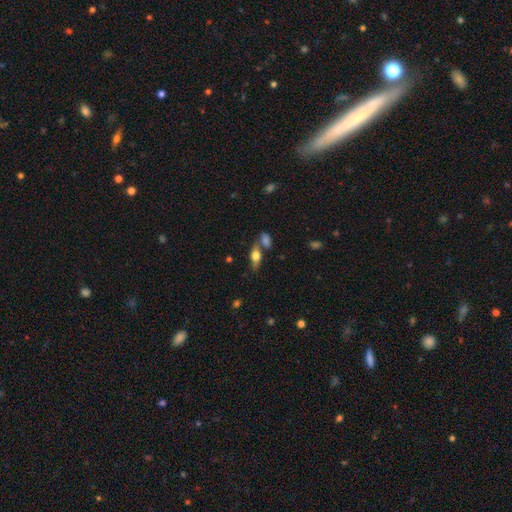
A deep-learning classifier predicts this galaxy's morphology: Smooth or featured?
  - smooth: 54% *
  - featured or disk: 37%
  - star or artifact: 9%
How rounded?
  - in between: 68% *
  - cigar-shaped: 25%
  - round: 7%
Merging?
  - none: 61% *
  - merger: 21%
  - minor disturbance: 13%
  - major disturbance: 5%